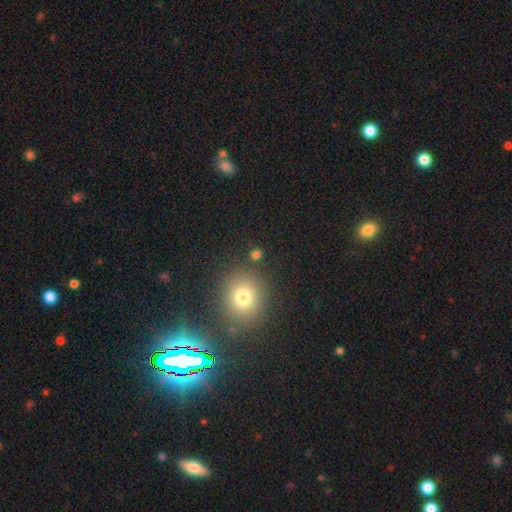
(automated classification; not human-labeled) Q: Smooth or featured?
A: smooth (56%); runner-up: star or artifact (35%)
Q: How rounded?
A: round (78%); runner-up: in between (19%)
Q: Merging?
A: none (84%); runner-up: minor disturbance (8%)